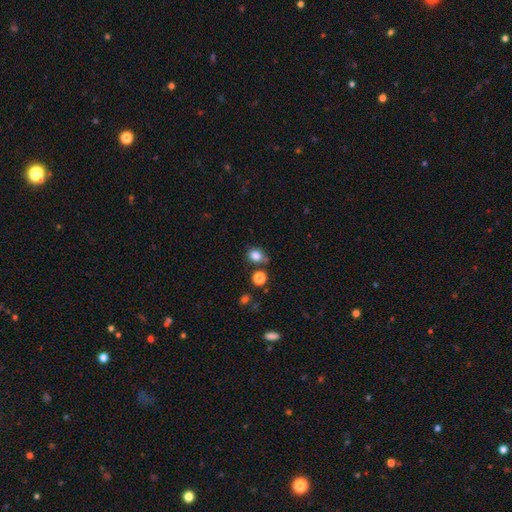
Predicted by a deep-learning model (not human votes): A smooth galaxy with no disk features (83%) that is round (59%). Merging: none (63%).